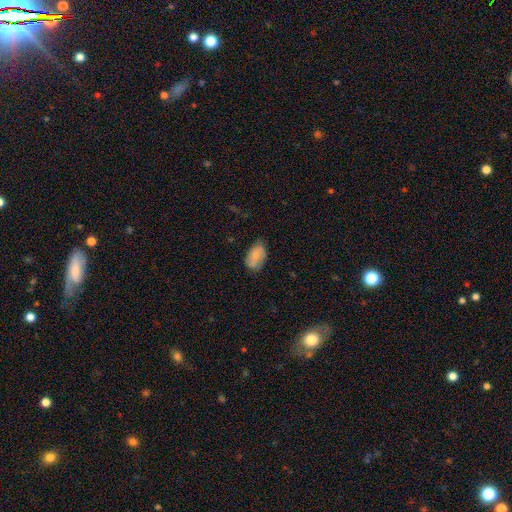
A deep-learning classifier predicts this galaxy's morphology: A smooth galaxy with no disk features (77%) that is in between round and cigar-shaped (92%). Merging: none (65%).